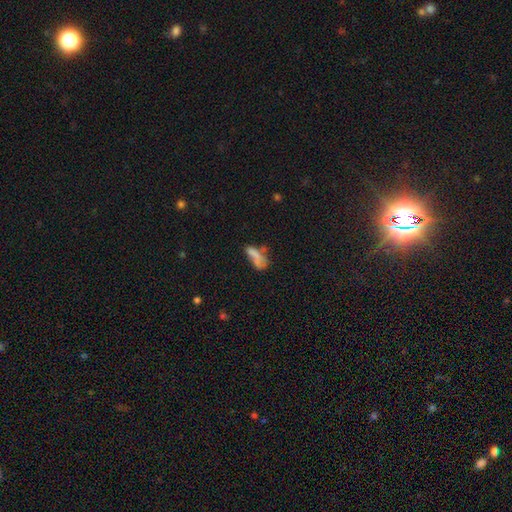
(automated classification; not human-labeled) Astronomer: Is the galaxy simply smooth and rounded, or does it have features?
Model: smooth — 65%.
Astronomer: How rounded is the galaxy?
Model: in between — 71%.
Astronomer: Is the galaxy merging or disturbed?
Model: none — 30% (runner-up: major disturbance, 25%).